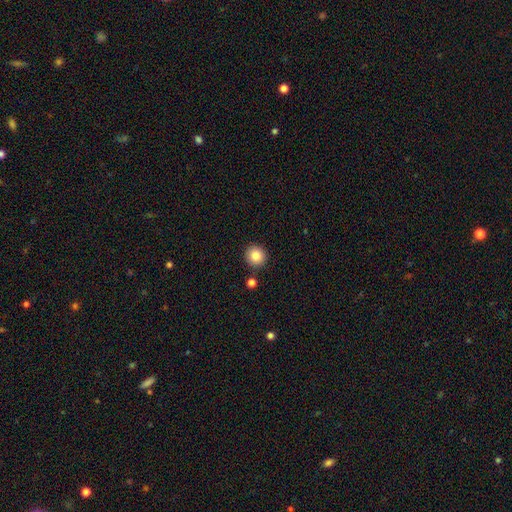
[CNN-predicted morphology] smooth_or_featured: smooth (p=0.85) [alt: star or artifact p=0.09]
how_rounded: round (p=0.92) [alt: in between p=0.07]
merging: none (p=0.89) [alt: minor disturbance p=0.06]